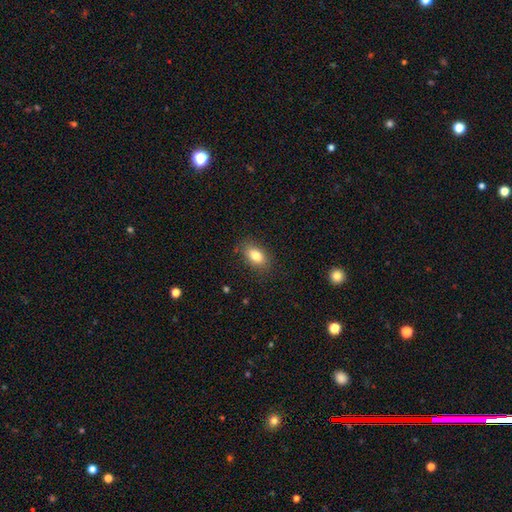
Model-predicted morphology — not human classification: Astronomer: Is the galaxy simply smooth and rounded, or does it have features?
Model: smooth — 81%.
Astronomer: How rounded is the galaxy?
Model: in between — 88%.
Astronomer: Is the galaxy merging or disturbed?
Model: none — 84%.